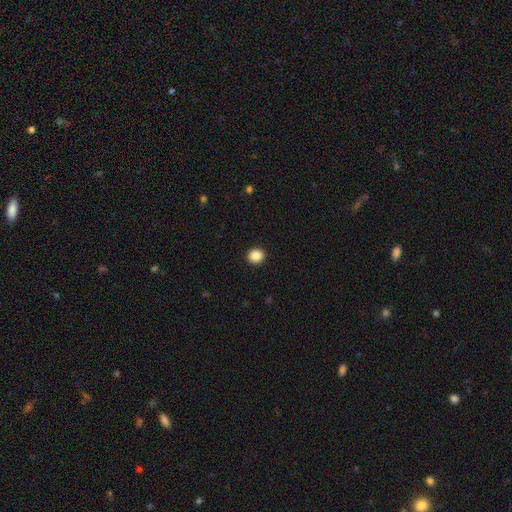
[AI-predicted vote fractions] A smooth galaxy with no disk features (88%) that is round (87%).

Vote fractions:
- Smooth or featured? smooth: 88% / star or artifact: 10% / featured or disk: 3%
- How rounded? round: 87% / in between: 12% / cigar-shaped: 1%
- Merging? none: 93% / minor disturbance: 5% / major disturbance: 2% / merger: 1%